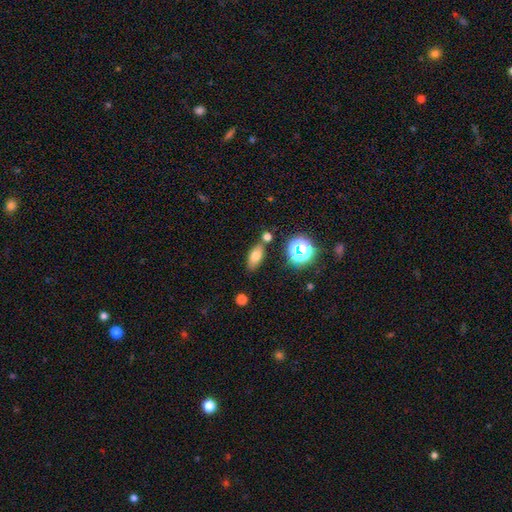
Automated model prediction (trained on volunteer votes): Smooth or featured: smooth — 72% (star or artifact — 15%)
How rounded: in between — 78% (cigar-shaped — 13%)
Merging: none — 73% (minor disturbance — 12%)